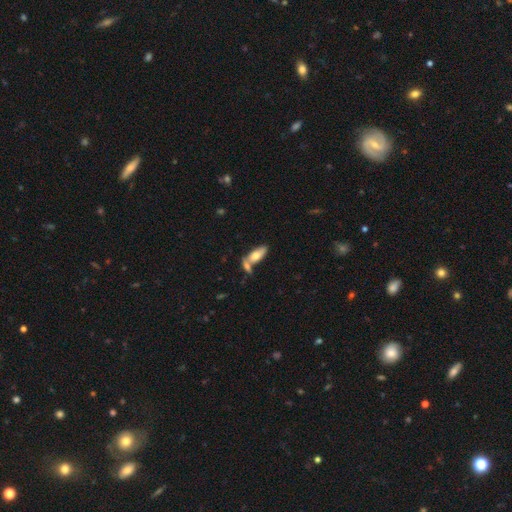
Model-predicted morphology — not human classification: smooth 68%, featured or disk 25%, star or artifact 7%. Down the decision tree: how rounded — in between (78%); merging — none (43%).